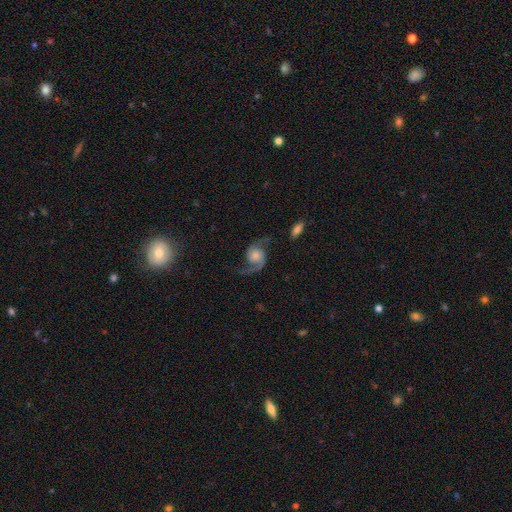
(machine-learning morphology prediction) A featured or disk galaxy (86%) with no bar (72%), 2 (89%) loose (60%) spiral arms (97%) and a moderate central bulge (38%). Merging: none (68%).